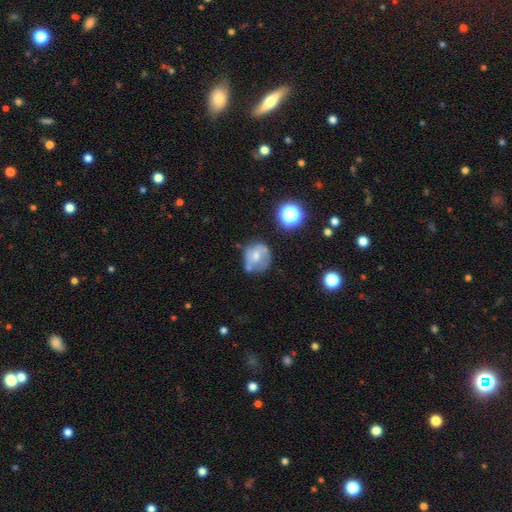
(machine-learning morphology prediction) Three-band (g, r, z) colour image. It shows a smooth galaxy with no disk features (48%). Merging: none (48%).